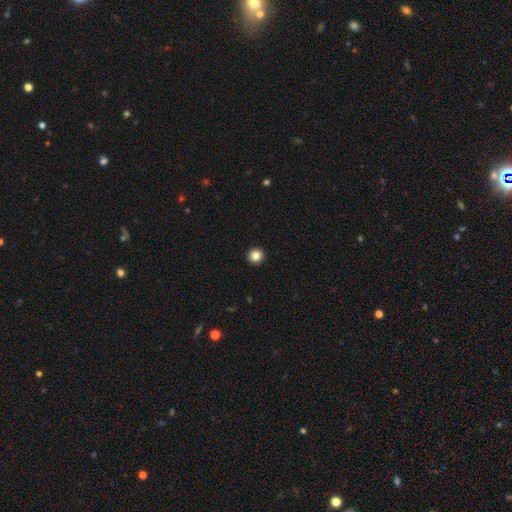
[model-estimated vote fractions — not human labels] The model was most divided on "smooth or featured": smooth: 84%, star or artifact: 11%, featured or disk: 5%. More confident: how rounded — round (96%); merging — none (94%).